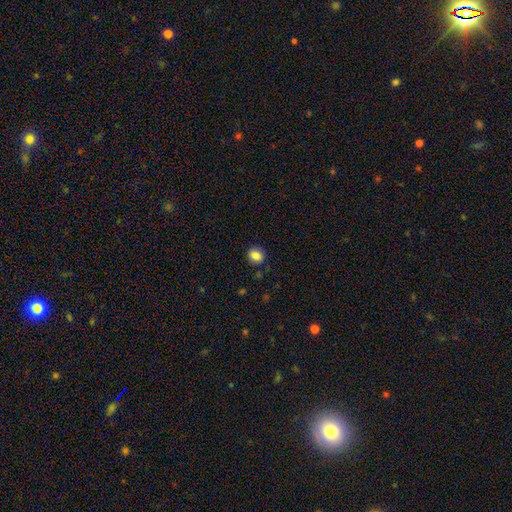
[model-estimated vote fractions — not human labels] A smooth galaxy with no disk features (84%) that is round (78%). Merging: none (87%).